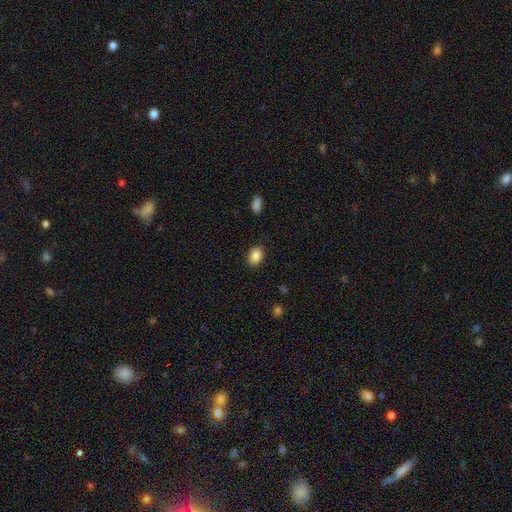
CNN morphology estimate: smooth_or_featured: smooth (p=0.87) [alt: star or artifact p=0.09]
how_rounded: in between (p=0.68) [alt: round p=0.31]
merging: none (p=0.85) [alt: minor disturbance p=0.11]